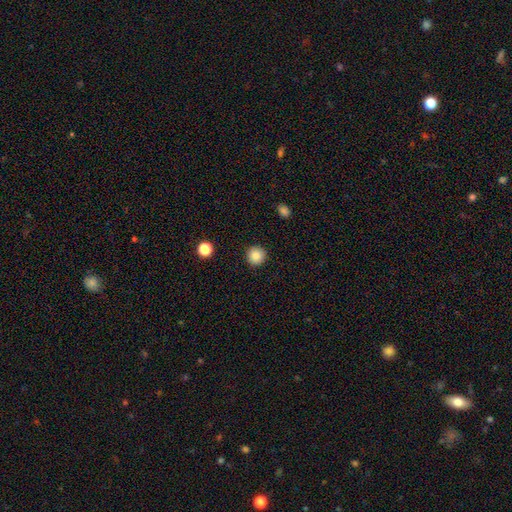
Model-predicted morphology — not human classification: A smooth galaxy with no disk features (86%) that is round (95%). Merging: none (92%).